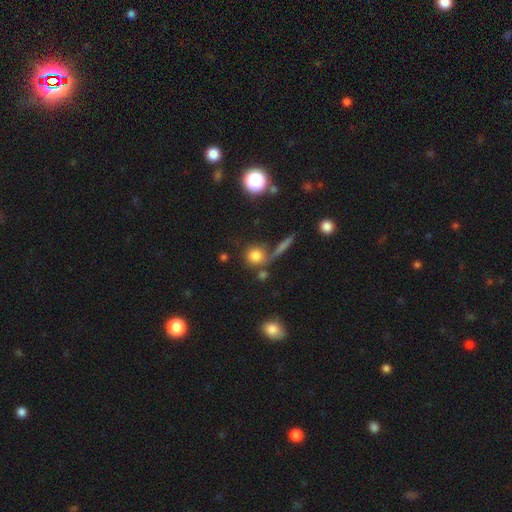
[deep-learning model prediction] Morphology: type=smooth (76%); roundness=round (85%); merging=none (61%).